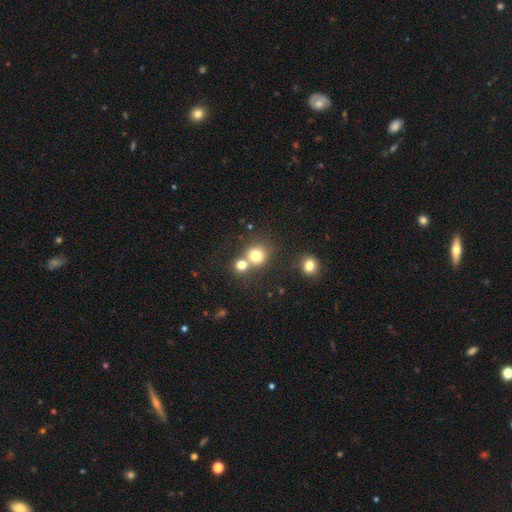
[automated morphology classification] smooth_or_featured: smooth (p=0.76) [alt: star or artifact p=0.14]
how_rounded: round (p=0.86) [alt: in between p=0.13]
merging: none (p=0.53) [alt: merger p=0.37]